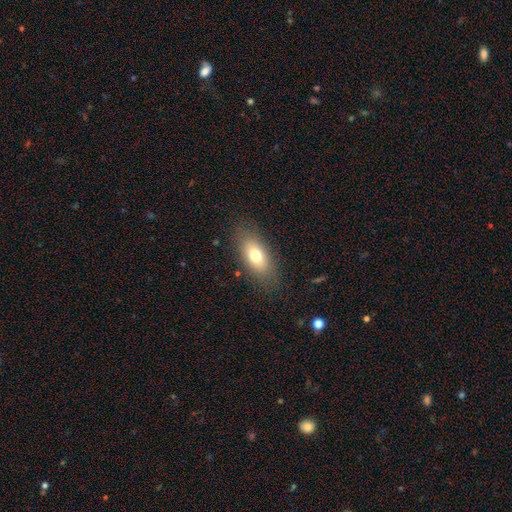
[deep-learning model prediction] The model was most divided on "smooth or featured": smooth: 73%, featured or disk: 19%, star or artifact: 9%. More confident: how rounded — in between (85%); merging — none (82%).